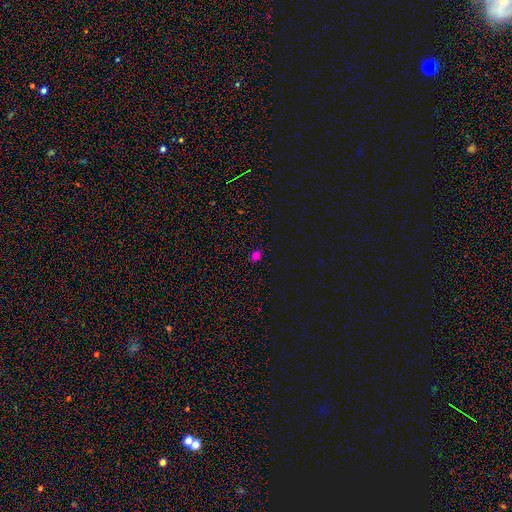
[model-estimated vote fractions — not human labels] A smooth galaxy with no disk features (74%) that is in between round and cigar-shaped (66%). Merging: none (87%).